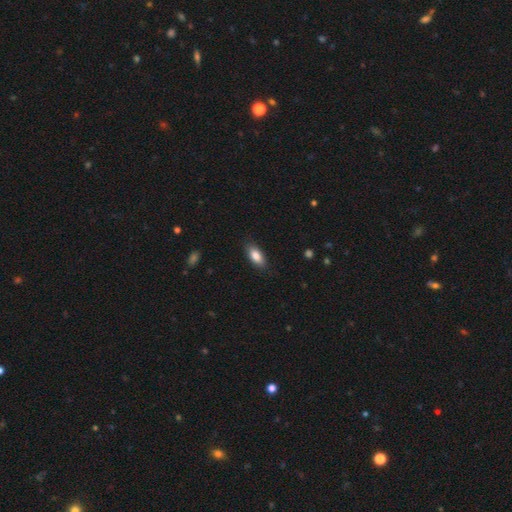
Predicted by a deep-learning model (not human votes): The model was most divided on "merging": none: 84%, minor disturbance: 12%, major disturbance: 3%, merger: 1%. More confident: how rounded — in between (86%); smooth or featured — smooth (85%).